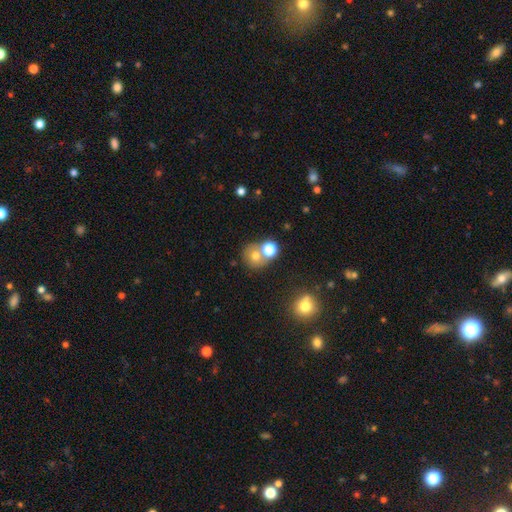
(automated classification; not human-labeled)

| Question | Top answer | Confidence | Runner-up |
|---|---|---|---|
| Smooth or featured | smooth | 71% | star or artifact (16%) |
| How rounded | round | 81% | in between (18%) |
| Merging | none | 50% | merger (37%) |